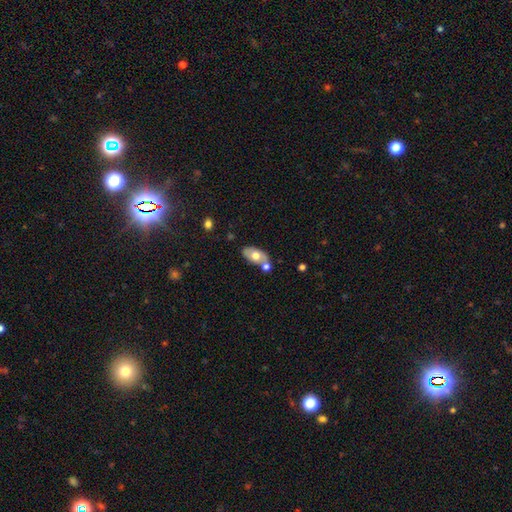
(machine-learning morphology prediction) Overall: smooth (60%; featured or disk 33%). How rounded: in between (90%). Merging: none (50%; merger 29%).